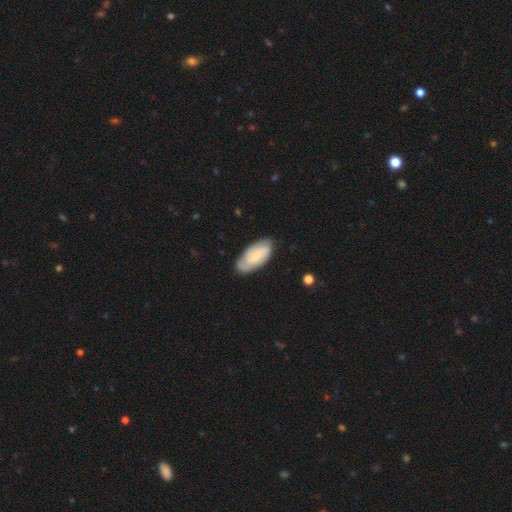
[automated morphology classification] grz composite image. It shows a featured or disk galaxy (50%). Merging: none (74%).